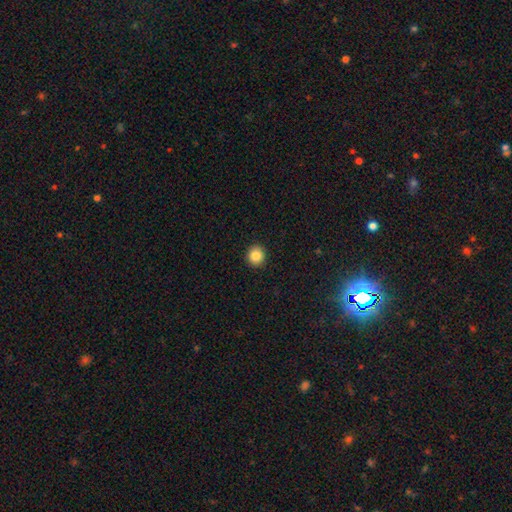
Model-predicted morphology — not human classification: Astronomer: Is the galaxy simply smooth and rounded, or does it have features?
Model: smooth — 85%.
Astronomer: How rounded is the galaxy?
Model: round — 90%.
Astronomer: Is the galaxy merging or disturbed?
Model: none — 92%.